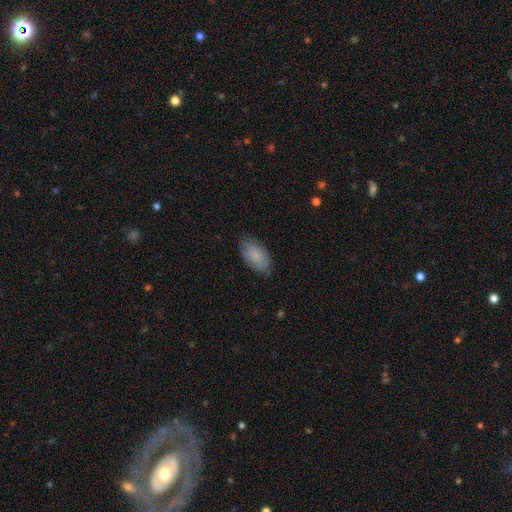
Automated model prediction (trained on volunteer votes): This appears to be a smooth galaxy with no disk features (79%) that is in between round and cigar-shaped (94%). Merging: none (74%).